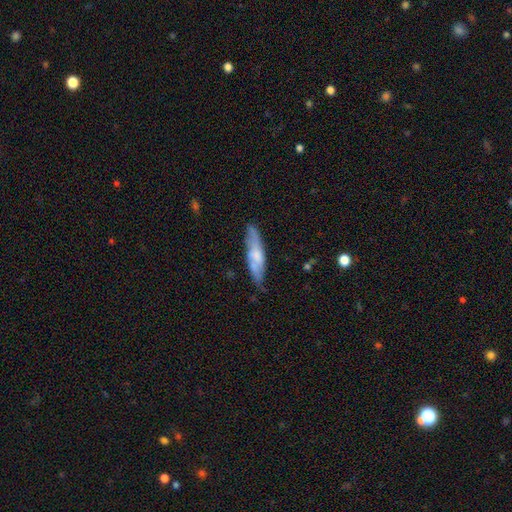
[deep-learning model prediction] This is possibly a featured or disk galaxy (47%). Merging: likely none (74%).